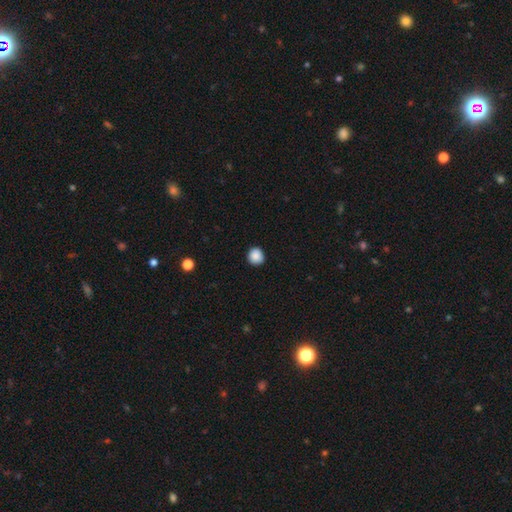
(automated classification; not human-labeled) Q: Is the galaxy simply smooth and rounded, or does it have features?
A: smooth — 88%.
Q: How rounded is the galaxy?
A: round — 91%.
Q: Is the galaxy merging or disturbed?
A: none — 90%.